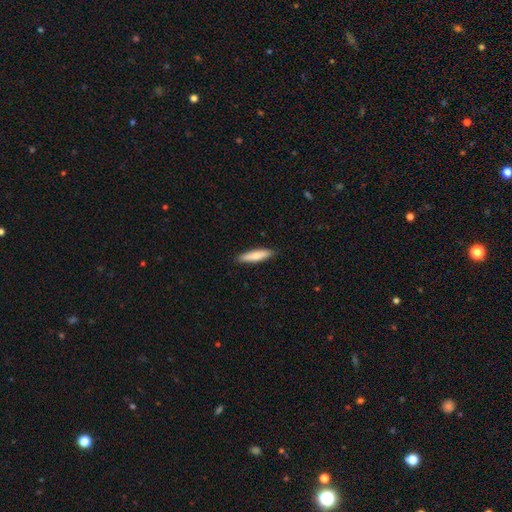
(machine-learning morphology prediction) Smooth or featured? smooth (76%)
How rounded? cigar-shaped (79%)
Merging? none (89%)